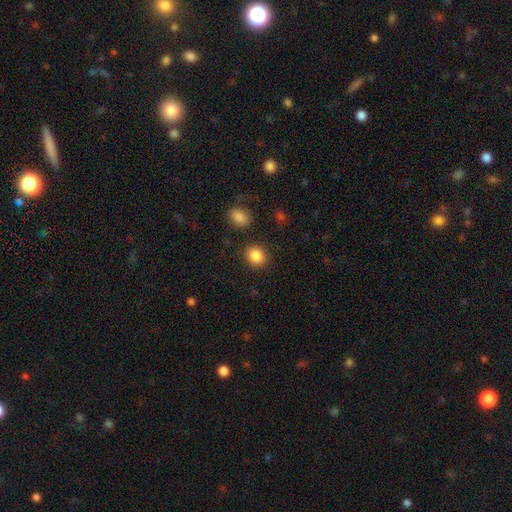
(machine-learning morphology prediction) Smooth or featured: smooth — 86% (star or artifact — 9%)
How rounded: round — 64% (in between — 35%)
Merging: none — 86% (minor disturbance — 8%)